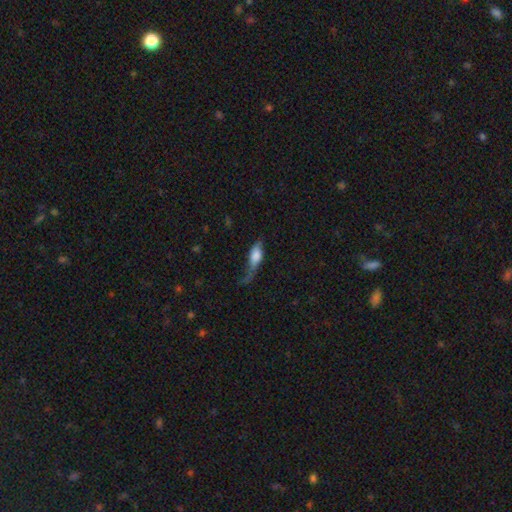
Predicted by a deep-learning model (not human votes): smooth_or_featured: smooth (p=0.63) [alt: featured or disk p=0.29]
how_rounded: in between (p=0.74) [alt: cigar-shaped p=0.21]
merging: major disturbance (p=0.43) [alt: minor disturbance p=0.27]